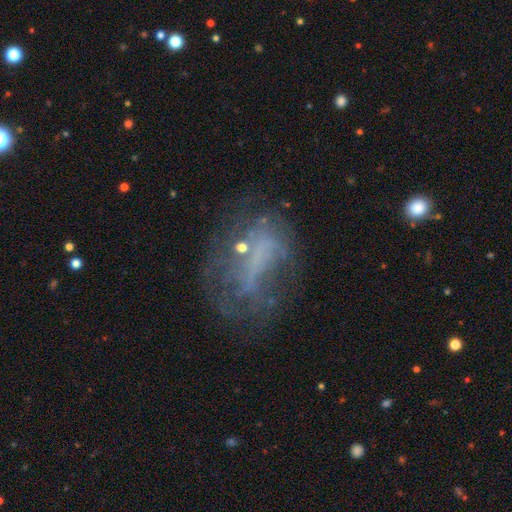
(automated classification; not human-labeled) Smooth or featured: featured or disk — 51% (smooth — 29%)
Edge-on disk: no — 94% (yes — 6%)
Merging: none — 42% (major disturbance — 33%)